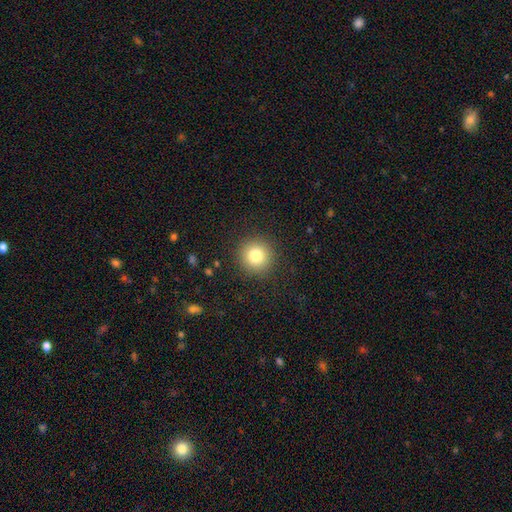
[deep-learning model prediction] smooth 81%, star or artifact 12%, featured or disk 8%. Down the decision tree: how rounded — round (94%); merging — none (91%).